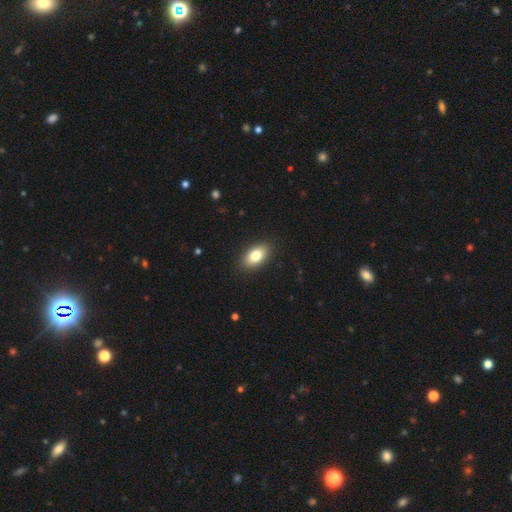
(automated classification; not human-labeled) The model was most divided on "smooth or featured": smooth: 81%, featured or disk: 11%, star or artifact: 8%. More confident: how rounded — in between (91%); merging — none (89%).